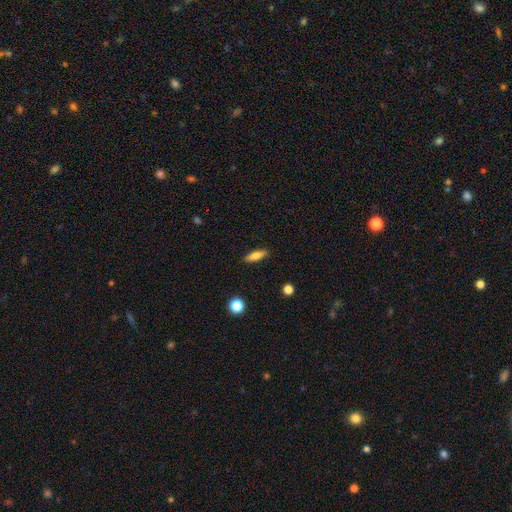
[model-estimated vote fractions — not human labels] This is likely a smooth galaxy (75%). How rounded: possibly in between (50%). Merging: clearly none (88%).